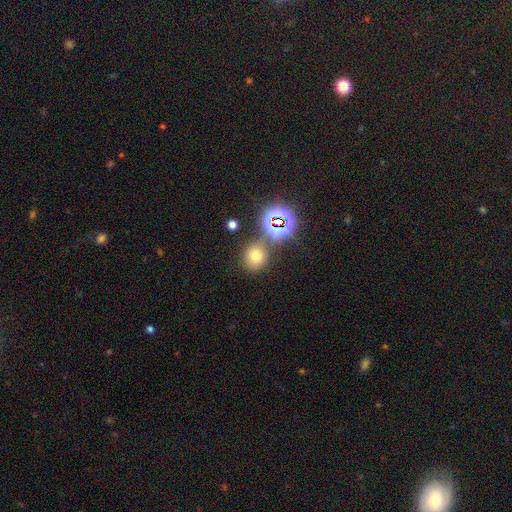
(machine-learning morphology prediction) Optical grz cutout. It shows a smooth galaxy with no disk features (62%) that is round (79%). Merging: none (70%).